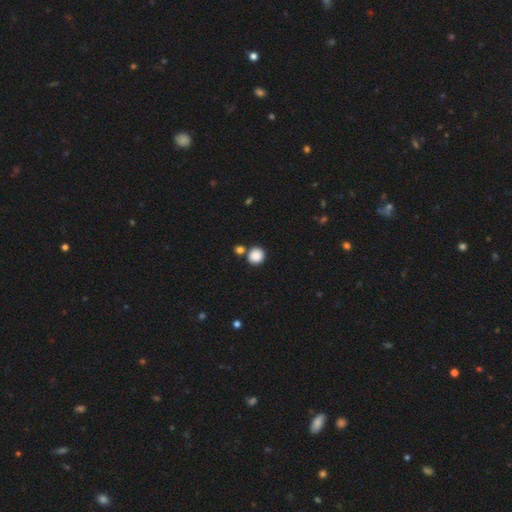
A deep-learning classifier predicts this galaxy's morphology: A smooth galaxy with no disk features (87%) that is round (90%). Merging: none (73%).